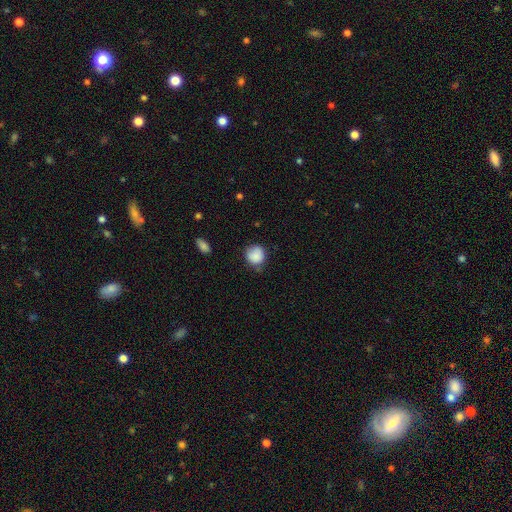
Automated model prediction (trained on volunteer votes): Q: Smooth or featured?
A: smooth (85%); runner-up: star or artifact (8%)
Q: How rounded?
A: round (87%); runner-up: in between (12%)
Q: Merging?
A: none (65%); runner-up: minor disturbance (27%)